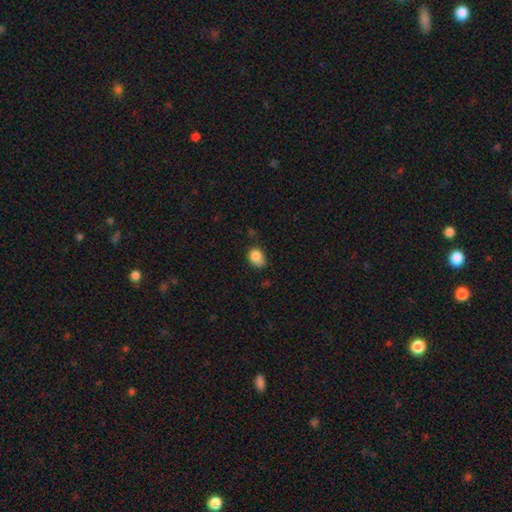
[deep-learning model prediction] A smooth galaxy with no disk features (85%) that is in between round and cigar-shaped (61%).

Vote fractions:
- Smooth or featured? smooth: 85% / star or artifact: 9% / featured or disk: 6%
- How rounded? in between: 61% / round: 38% / cigar-shaped: 1%
- Merging? none: 47% / minor disturbance: 38% / major disturbance: 10% / merger: 4%